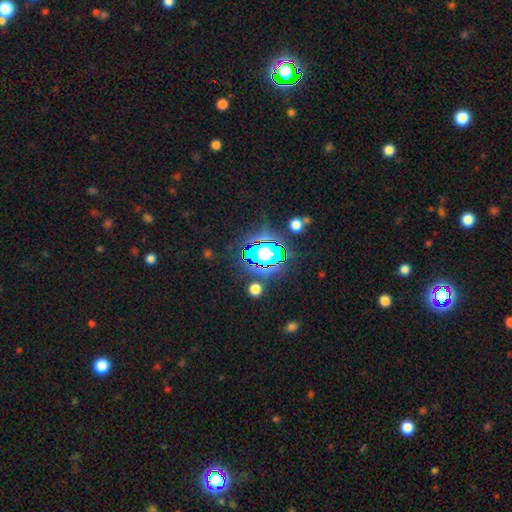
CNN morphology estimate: smooth-or-featured: star or artifact: 78% | smooth: 13% | featured or disk: 9%